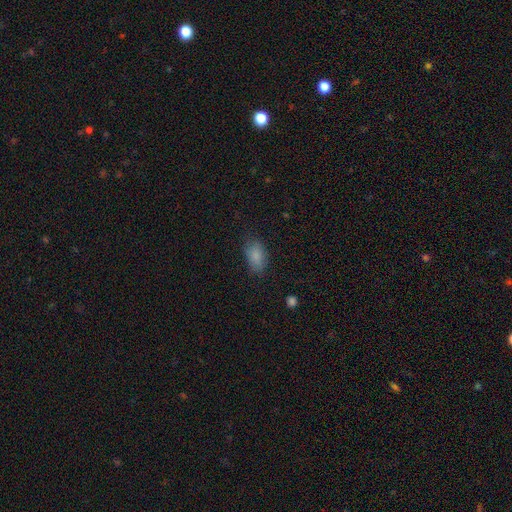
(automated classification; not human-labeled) Smooth or featured: smooth — 85% (star or artifact — 9%)
How rounded: in between — 90% (round — 7%)
Merging: none — 74% (minor disturbance — 19%)